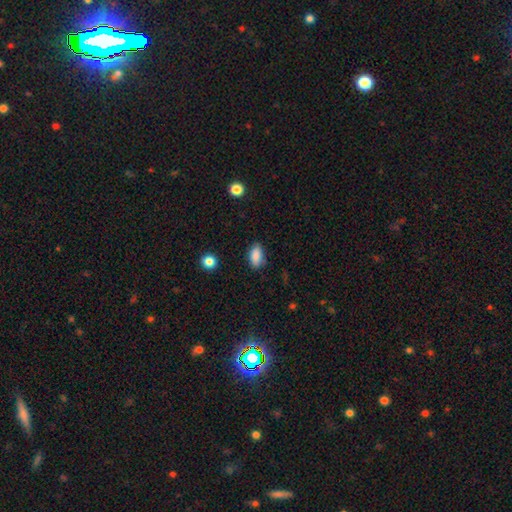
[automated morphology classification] A smooth galaxy with no disk features (87%) that is in between round and cigar-shaped (90%).

Vote fractions:
- Smooth or featured? smooth: 87% / star or artifact: 8% / featured or disk: 5%
- How rounded? in between: 90% / cigar-shaped: 5% / round: 5%
- Merging? none: 79% / minor disturbance: 16% / major disturbance: 3% / merger: 2%